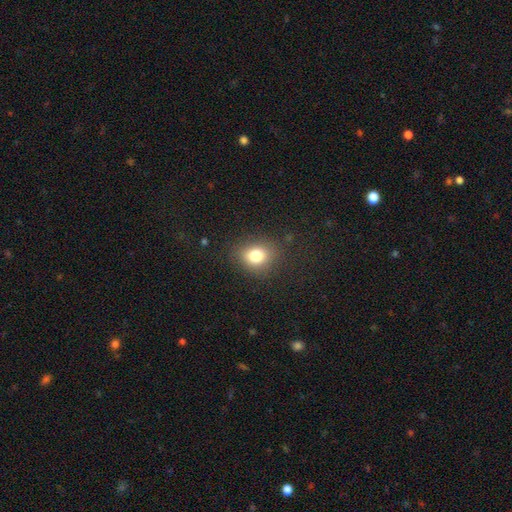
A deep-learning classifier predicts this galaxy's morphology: Smooth or featured?
  - smooth: 79% *
  - star or artifact: 12%
  - featured or disk: 8%
How rounded?
  - round: 60% *
  - in between: 39%
  - cigar-shaped: 1%
Merging?
  - none: 83% *
  - minor disturbance: 11%
  - major disturbance: 5%
  - merger: 1%